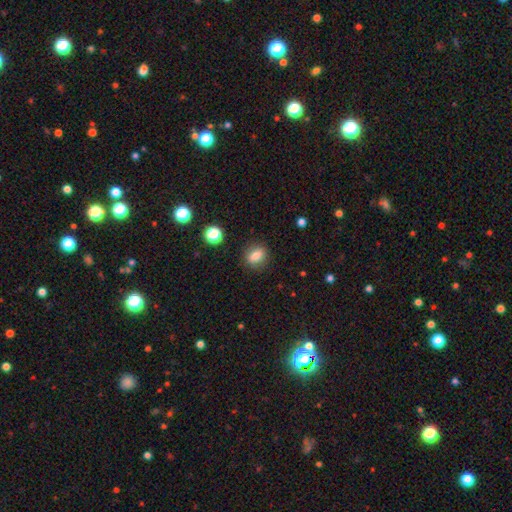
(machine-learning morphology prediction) Smooth or featured? smooth (81%)
How rounded? in between (61%)
Merging? none (86%)